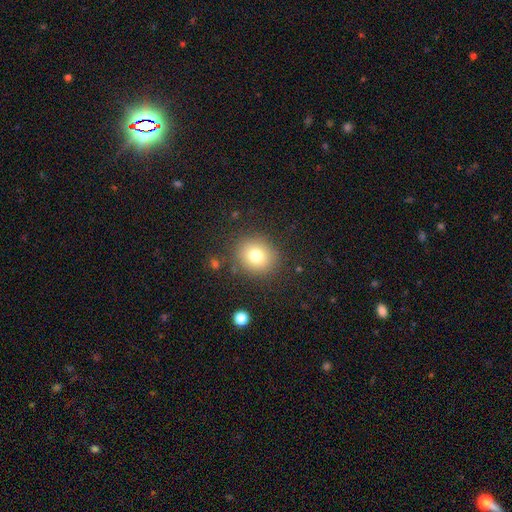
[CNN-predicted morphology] Smooth or featured? Predicted: smooth (p=0.76). How rounded? Predicted: round (p=0.80). Merging? Predicted: none (p=0.86).